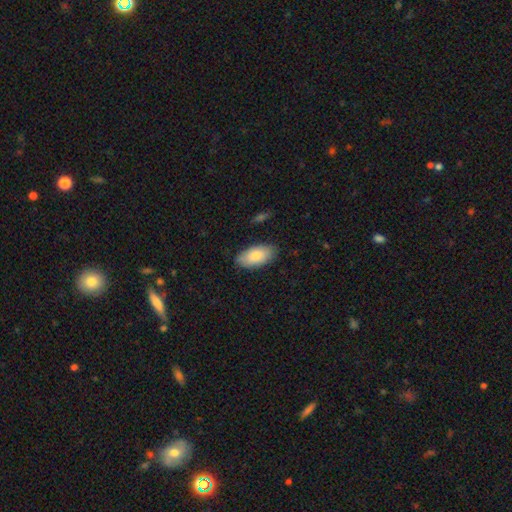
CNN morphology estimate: A smooth galaxy with no disk features (81%) that is in between round and cigar-shaped (94%). Merging: none (83%).